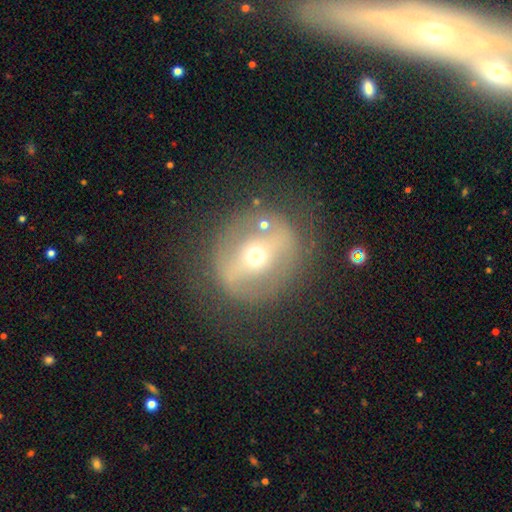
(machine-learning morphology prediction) This appears to be a featured or disk galaxy (63%) with a strong bar (54%), no spiral arms (74%) and a moderate central bulge (57%). Merging: none (76%).